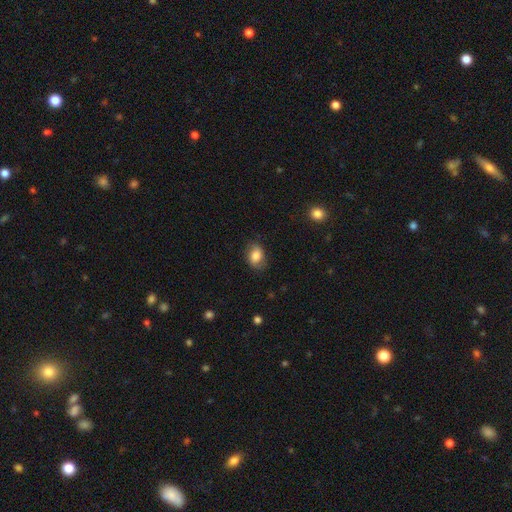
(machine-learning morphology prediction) smooth_or_featured: smooth (p=0.80) [alt: featured or disk p=0.12]
how_rounded: in between (p=0.73) [alt: round p=0.26]
merging: none (p=0.74) [alt: minor disturbance p=0.19]